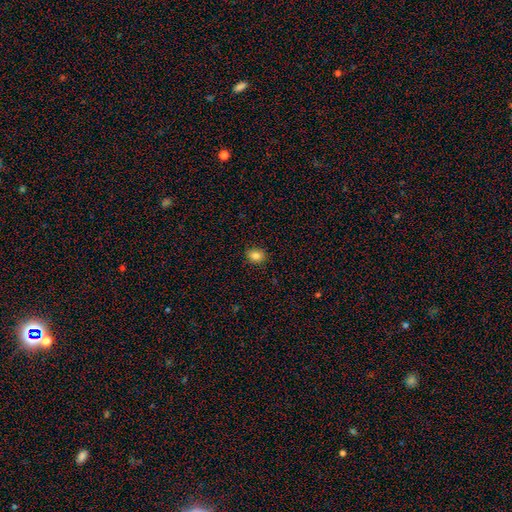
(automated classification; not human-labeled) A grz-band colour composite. It shows a smooth galaxy with no disk features (85%) that is round (50%). Merging: none (89%).